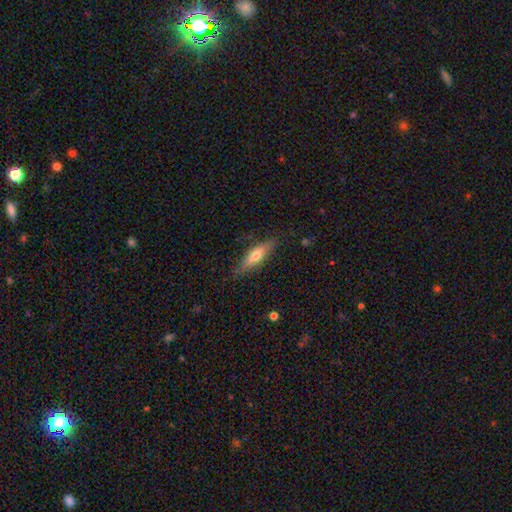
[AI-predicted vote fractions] smooth-or-featured: smooth: 48% | featured or disk: 45% | star or artifact: 7%
  merging: none: 83% | minor disturbance: 13% | major disturbance: 3% | merger: 1%